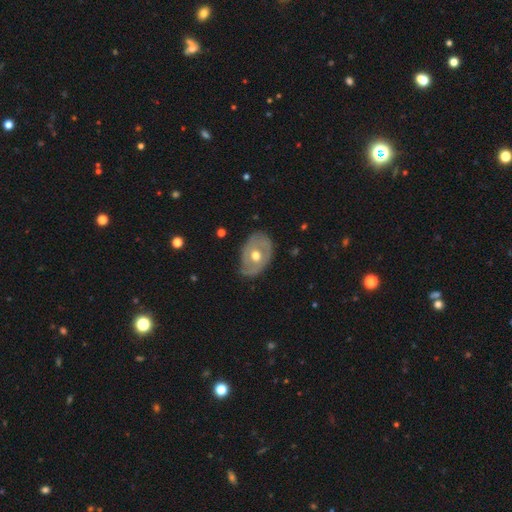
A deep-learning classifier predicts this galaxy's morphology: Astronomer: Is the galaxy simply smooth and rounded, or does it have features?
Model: featured or disk — 67%.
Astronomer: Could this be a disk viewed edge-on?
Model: no — 94%.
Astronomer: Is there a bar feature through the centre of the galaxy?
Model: no — 81%.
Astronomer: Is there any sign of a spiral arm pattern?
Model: yes — 55% (runner-up: no, 45%).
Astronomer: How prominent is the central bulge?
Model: moderate — 81%.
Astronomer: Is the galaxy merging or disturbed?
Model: none — 69%.